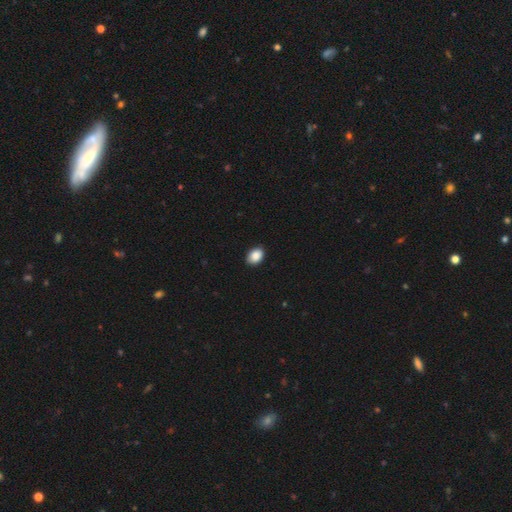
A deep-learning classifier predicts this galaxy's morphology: This appears to be a smooth galaxy with no disk features (89%) that is in between round and cigar-shaped (76%). Merging: none (88%).